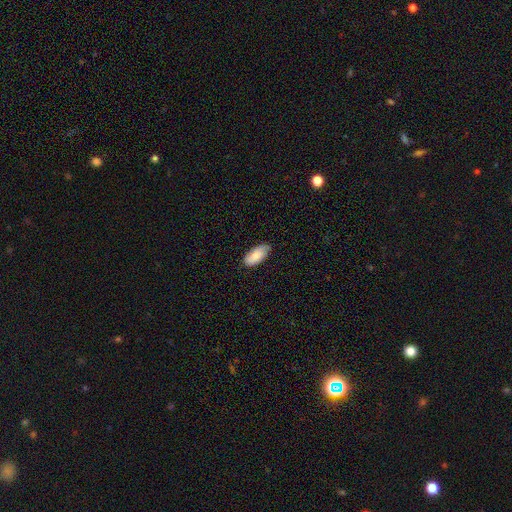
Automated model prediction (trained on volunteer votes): Overall: smooth (81%). How rounded: in between (92%). Merging: none (79%).